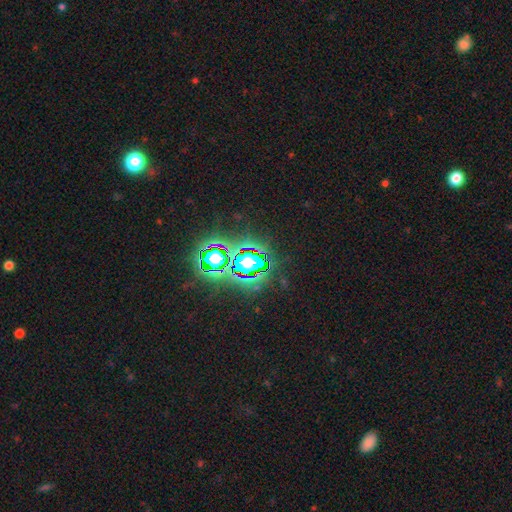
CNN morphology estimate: Smooth or featured: star or artifact — 81% (smooth — 11%)